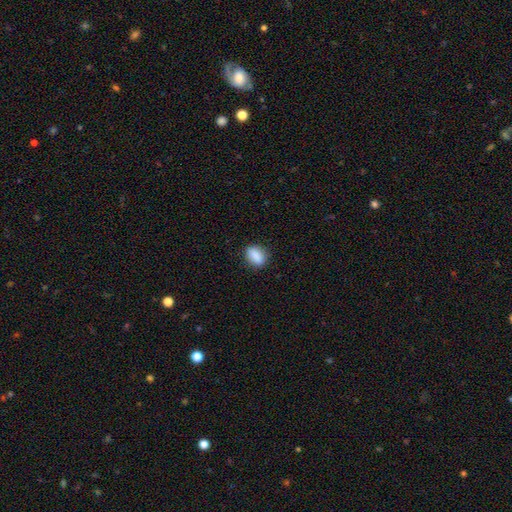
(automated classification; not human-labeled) Smooth or featured? Predicted: smooth (p=0.88). How rounded? Predicted: in between (p=0.75). Merging? Predicted: none (p=0.85).